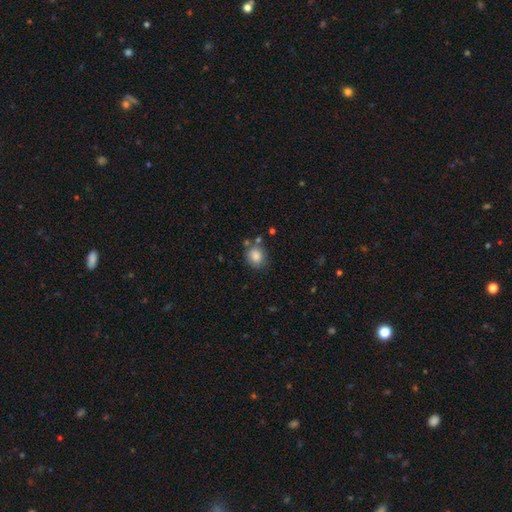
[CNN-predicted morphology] This appears to be a smooth galaxy with no disk features (85%) that is round (67%). Merging: none (72%).